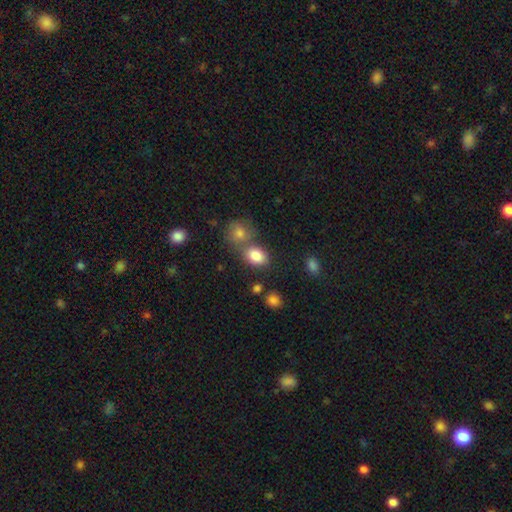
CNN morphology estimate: This is clearly a smooth galaxy (83%). How rounded: likely in between (68%). Merging: possibly none (53%).